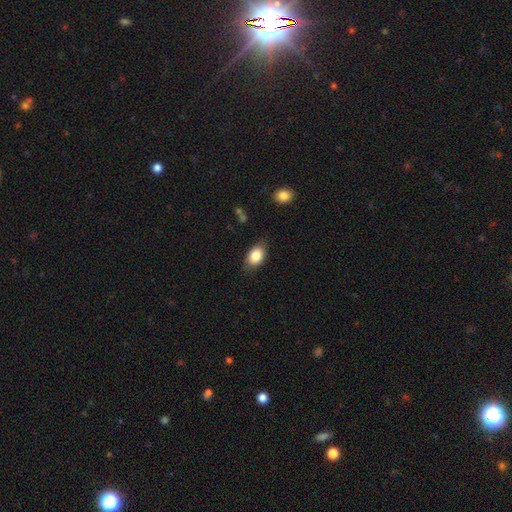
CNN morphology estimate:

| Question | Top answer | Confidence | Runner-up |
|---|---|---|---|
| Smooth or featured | smooth | 84% | featured or disk (9%) |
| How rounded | in between | 86% | round (12%) |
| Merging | none | 80% | minor disturbance (15%) |